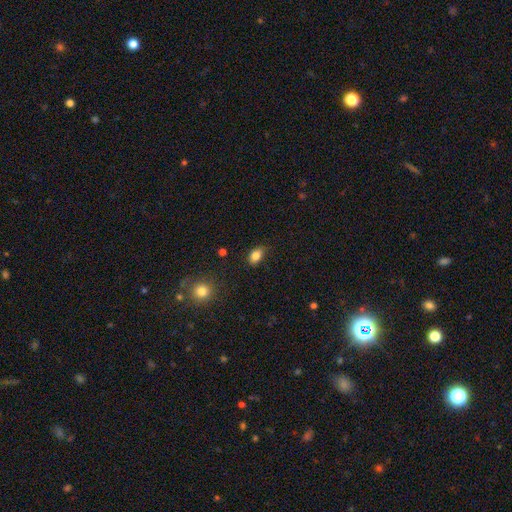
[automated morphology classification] This is clearly a smooth galaxy (85%). How rounded: clearly in between (82%). Merging: likely none (78%).